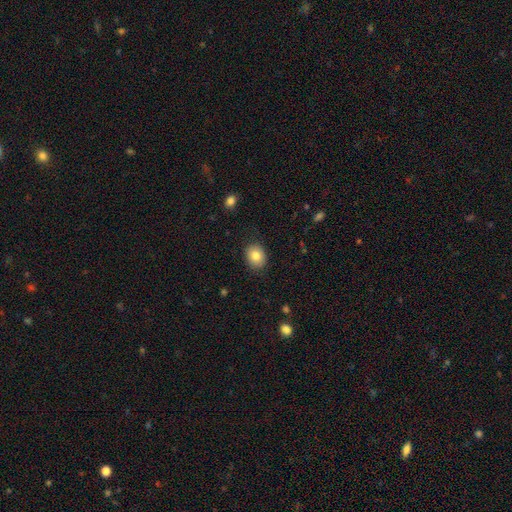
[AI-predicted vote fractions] Smooth or featured?
  - smooth: 82% *
  - featured or disk: 9%
  - star or artifact: 9%
How rounded?
  - round: 50% *
  - in between: 49%
  - cigar-shaped: 1%
Merging?
  - none: 87% *
  - minor disturbance: 10%
  - major disturbance: 2%
  - merger: 1%